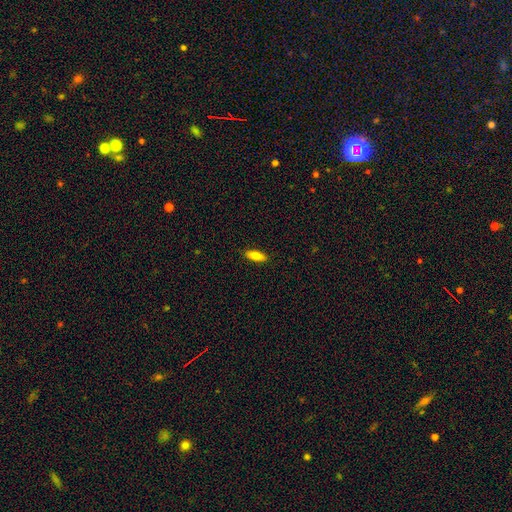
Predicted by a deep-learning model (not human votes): Smooth or featured: smooth — 82% (featured or disk — 11%)
How rounded: in between — 69% (cigar-shaped — 29%)
Merging: none — 89% (minor disturbance — 8%)